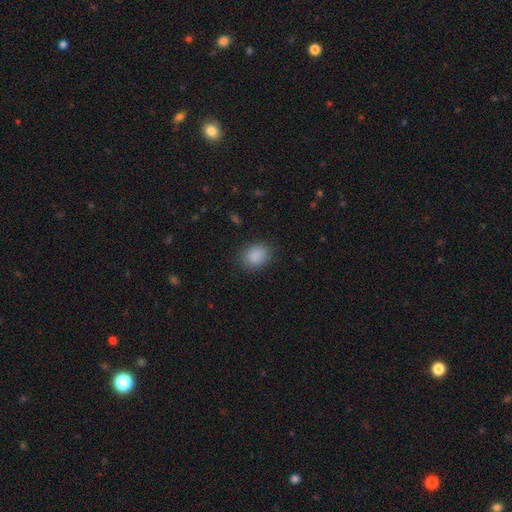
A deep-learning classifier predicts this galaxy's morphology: This appears to be a smooth galaxy with no disk features (88%) that is round (59%). Merging: none (85%).